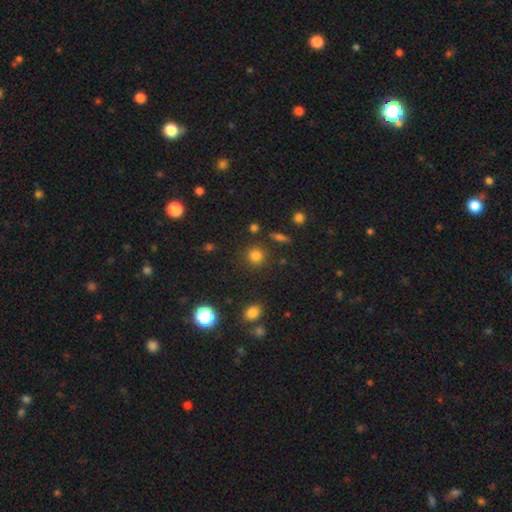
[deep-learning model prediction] smooth_or_featured: smooth (p=0.79) [alt: star or artifact p=0.15]
how_rounded: round (p=0.89) [alt: in between p=0.09]
merging: none (p=0.86) [alt: minor disturbance p=0.08]